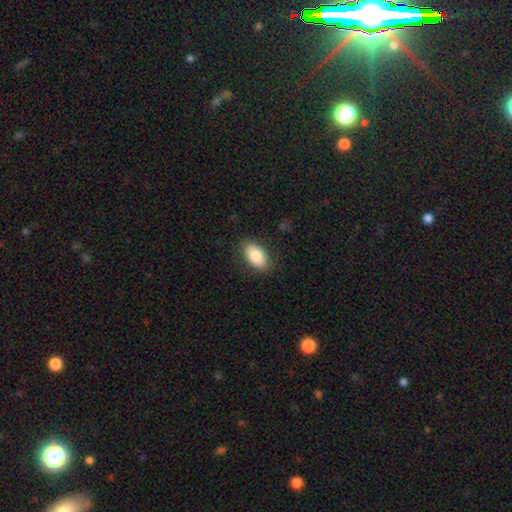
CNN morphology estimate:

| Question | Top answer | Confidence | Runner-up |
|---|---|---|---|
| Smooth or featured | smooth | 81% | featured or disk (13%) |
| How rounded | in between | 93% | round (6%) |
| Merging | none | 84% | minor disturbance (11%) |